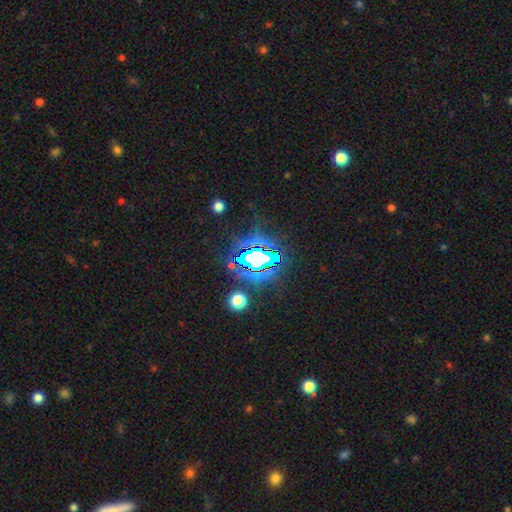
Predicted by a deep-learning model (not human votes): This appears to be a star or artifact, not a galaxy (70%).